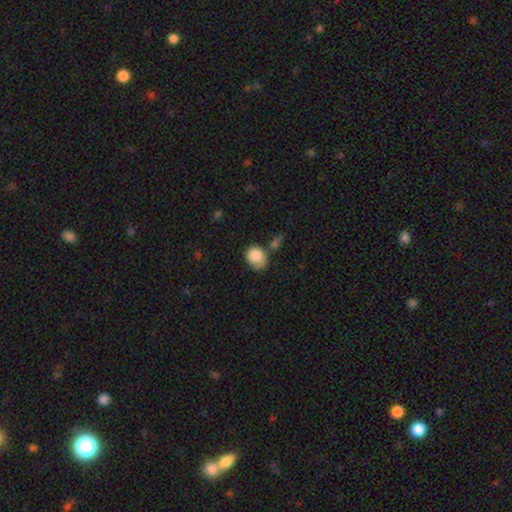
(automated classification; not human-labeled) A smooth galaxy with no disk features (85%) that is in between round and cigar-shaped (53%).

Vote fractions:
- Smooth or featured? smooth: 85% / star or artifact: 8% / featured or disk: 7%
- How rounded? in between: 53% / round: 46% / cigar-shaped: 1%
- Merging? none: 44% / minor disturbance: 31% / merger: 14% / major disturbance: 11%